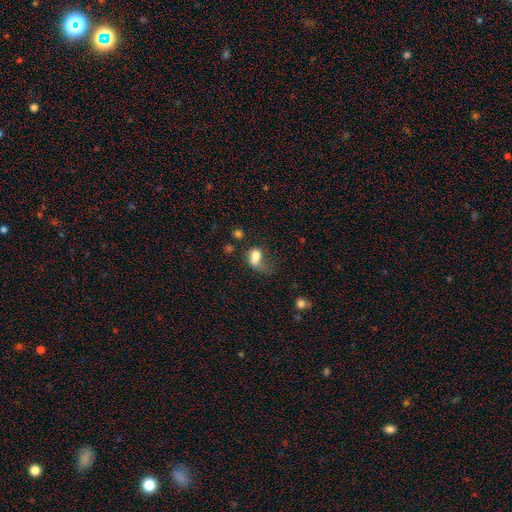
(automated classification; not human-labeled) This appears to be a smooth galaxy with no disk features (72%) that is in between round and cigar-shaped (68%). Merging: major disturbance (45%).